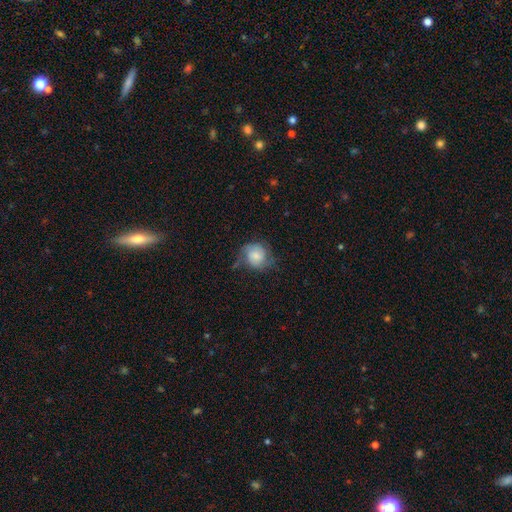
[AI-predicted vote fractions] This is possibly a smooth galaxy (49%). Merging: possibly none (51%).